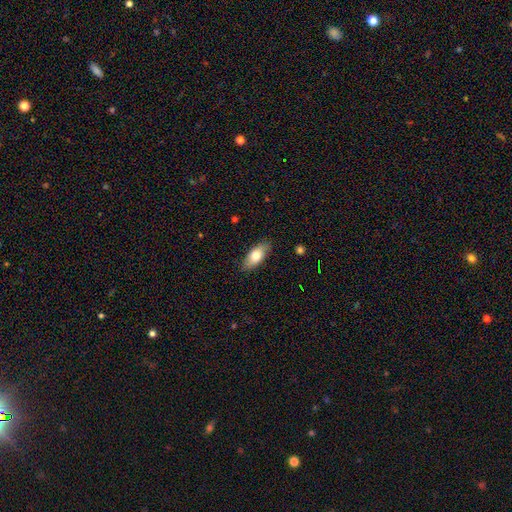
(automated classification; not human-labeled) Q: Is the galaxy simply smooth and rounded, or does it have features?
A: smooth — 76%.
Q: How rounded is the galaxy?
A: in between — 84%.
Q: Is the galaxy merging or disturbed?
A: none — 87%.